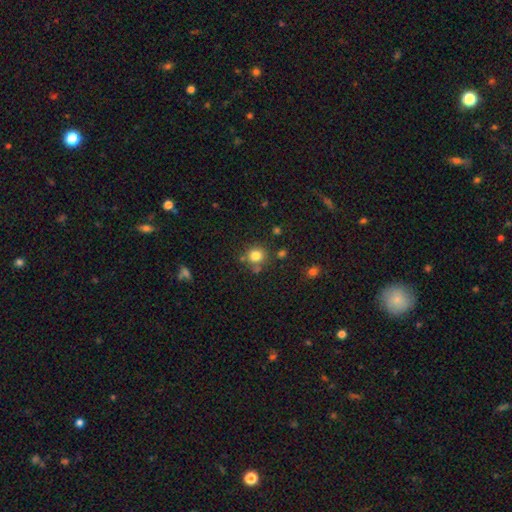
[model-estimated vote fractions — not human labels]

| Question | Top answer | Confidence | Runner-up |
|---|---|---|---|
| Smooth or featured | smooth | 81% | star or artifact (13%) |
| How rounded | round | 88% | in between (11%) |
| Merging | none | 74% | minor disturbance (11%) |